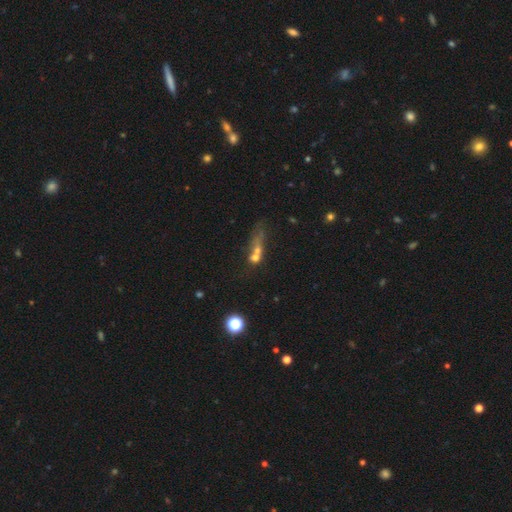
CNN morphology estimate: A smooth galaxy with no disk features (45%).

Vote fractions:
- Smooth or featured? smooth: 45% / featured or disk: 28% / star or artifact: 27%
- Merging? merger: 38% / none: 33% / major disturbance: 17% / minor disturbance: 12%